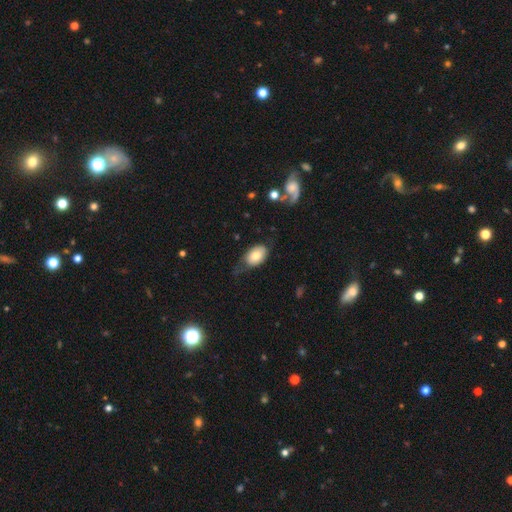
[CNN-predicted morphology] Smooth or featured? smooth (76%)
How rounded? in between (88%)
Merging? none (51%)